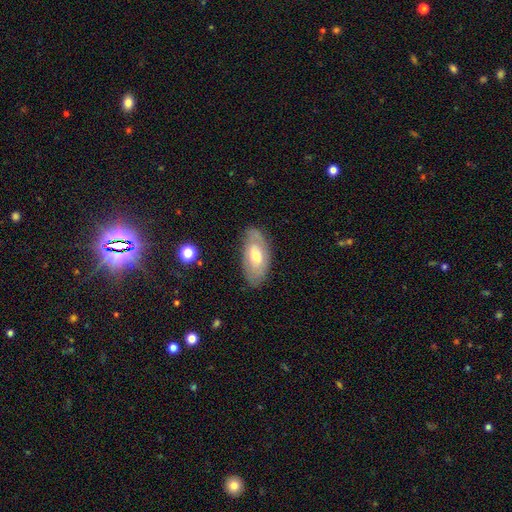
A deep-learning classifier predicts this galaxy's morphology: A featured or disk galaxy (51%). Merging: none (78%).